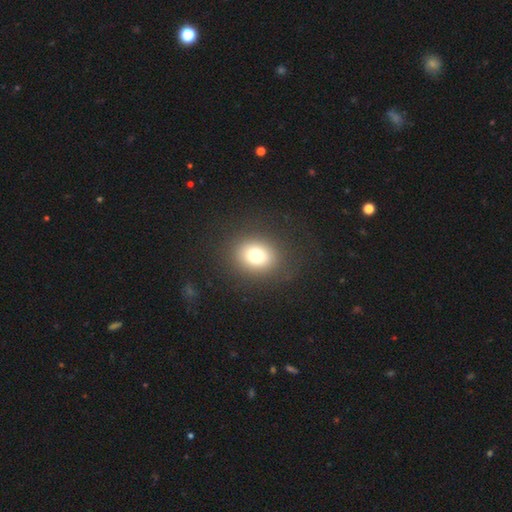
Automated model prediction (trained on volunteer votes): This is likely a smooth galaxy (75%). How rounded: likely round (64%). Merging: clearly none (86%).